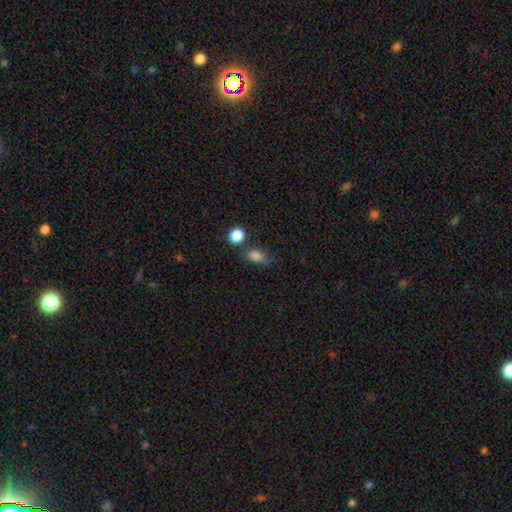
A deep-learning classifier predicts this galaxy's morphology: This appears to be a smooth galaxy with no disk features (81%) that is in between round and cigar-shaped (71%). Merging: none (48%).